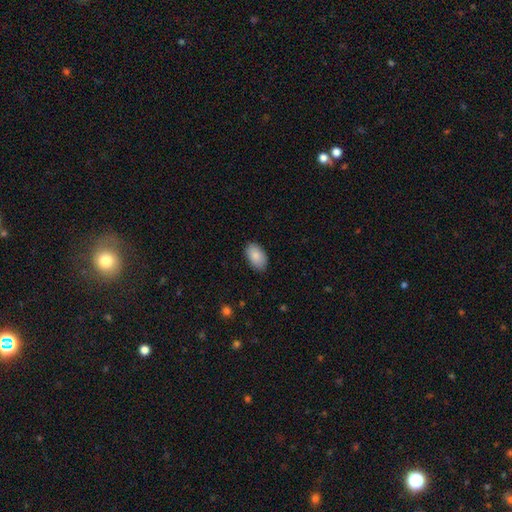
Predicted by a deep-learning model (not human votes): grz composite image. It shows a smooth galaxy with no disk features (88%) that is in between round and cigar-shaped (94%). Merging: none (87%).